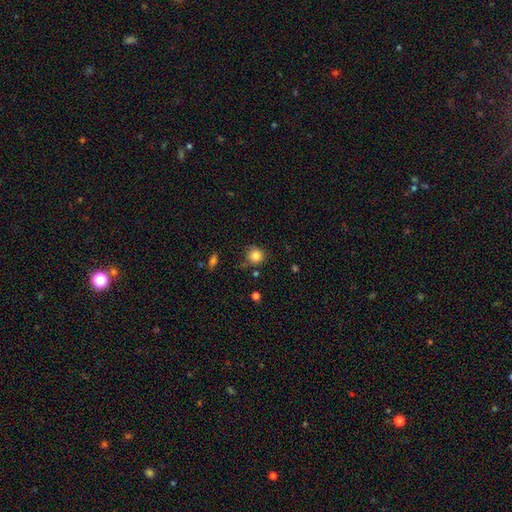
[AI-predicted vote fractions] A smooth galaxy with no disk features (84%) that is round (91%). Merging: none (76%).